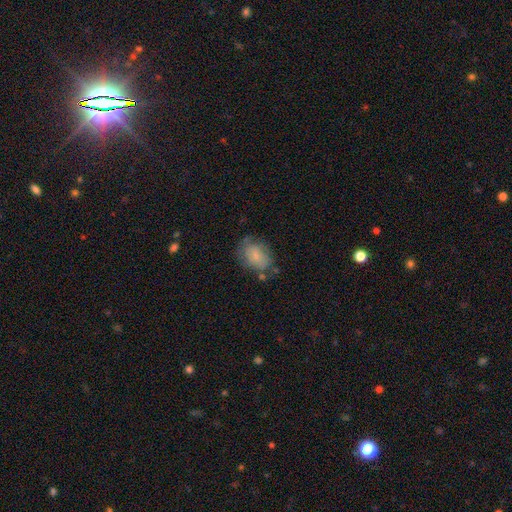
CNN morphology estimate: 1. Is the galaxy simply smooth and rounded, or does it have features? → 73% smooth, 19% featured or disk, 8% star or artifact.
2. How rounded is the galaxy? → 73% in between, 26% round, 1% cigar-shaped.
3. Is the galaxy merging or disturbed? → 58% none, 27% minor disturbance, 11% major disturbance, 5% merger.